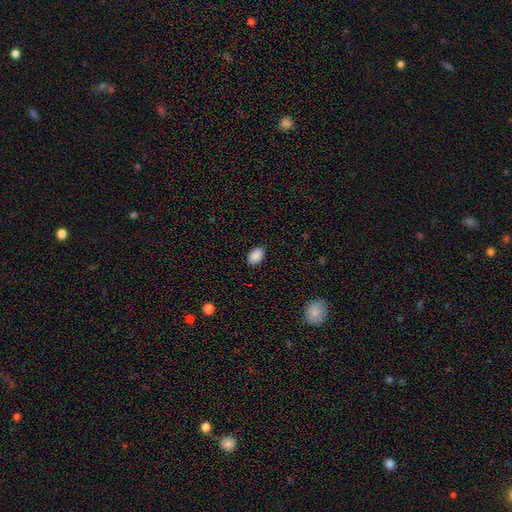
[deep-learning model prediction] This appears to be a smooth galaxy with no disk features (89%) that is in between round and cigar-shaped (83%). Merging: none (86%).